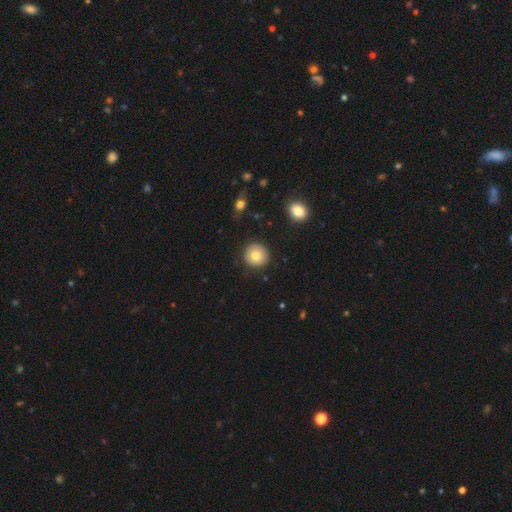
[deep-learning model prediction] The model was most divided on "smooth or featured": smooth: 81%, featured or disk: 10%, star or artifact: 9%. More confident: how rounded — round (92%); merging — none (88%).